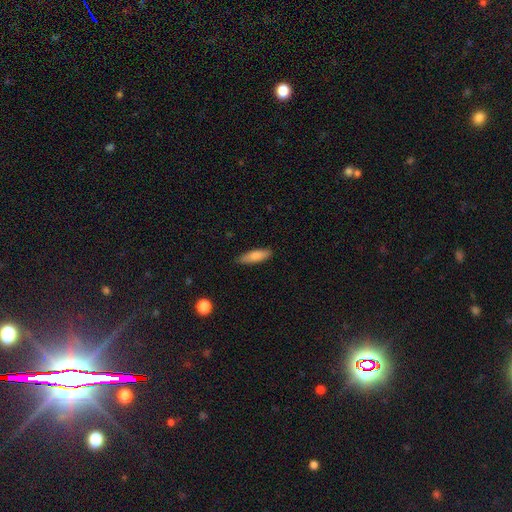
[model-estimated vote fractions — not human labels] Q: Smooth or featured?
A: smooth (81%); runner-up: featured or disk (12%)
Q: How rounded?
A: cigar-shaped (54%); runner-up: in between (44%)
Q: Merging?
A: none (84%); runner-up: minor disturbance (13%)